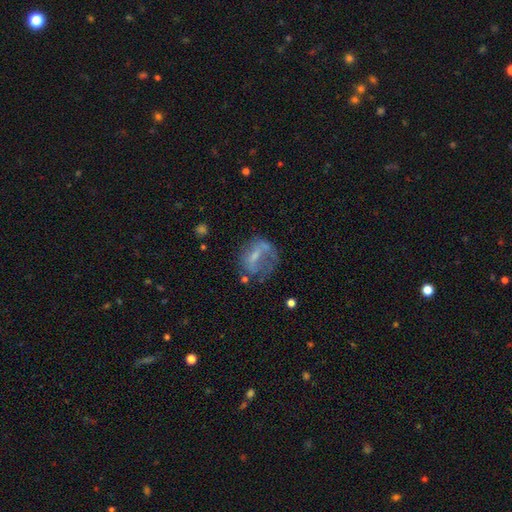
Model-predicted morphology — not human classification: featured or disk 51%, smooth 37%, star or artifact 12%. Down the decision tree: edge-on disk — no (95%); merging — none (38%).